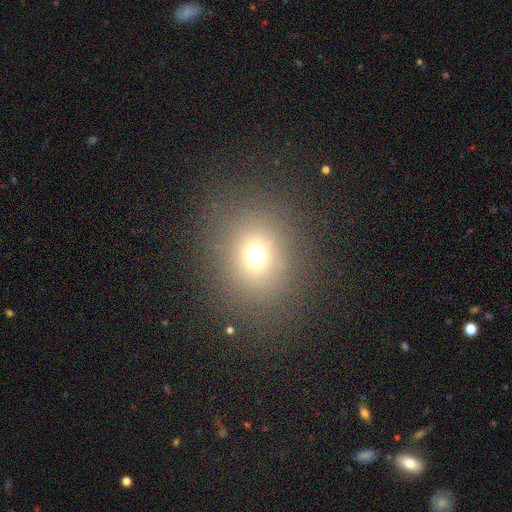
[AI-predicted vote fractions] smooth-or-featured: smooth: 67% | star or artifact: 23% | featured or disk: 10%
  how-rounded: round: 68% | in between: 31% | cigar-shaped: 1%
  merging: none: 84% | minor disturbance: 8% | major disturbance: 6% | merger: 2%